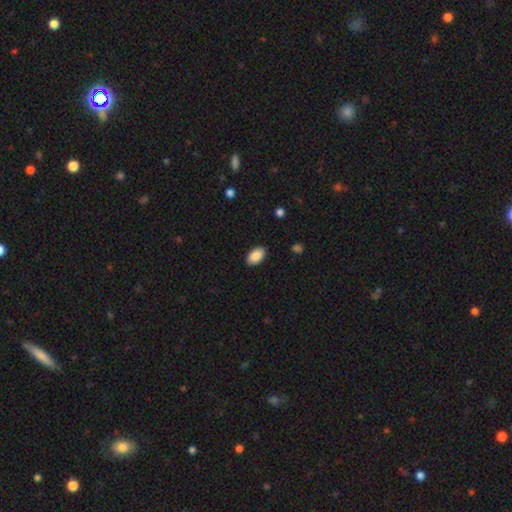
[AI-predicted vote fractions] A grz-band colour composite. It shows a smooth galaxy with no disk features (89%) that is in between round and cigar-shaped (94%). Merging: none (89%).